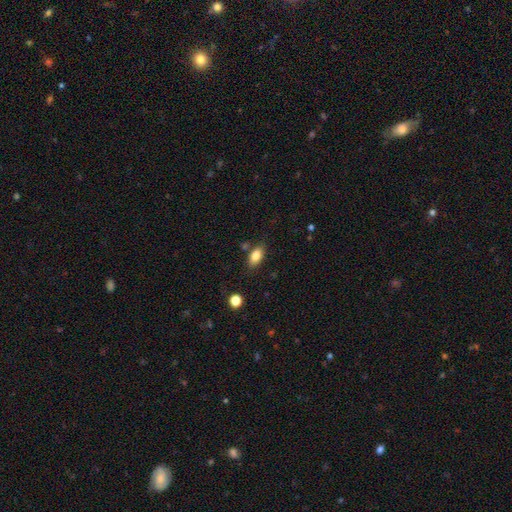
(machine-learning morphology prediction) smooth_or_featured: smooth (p=0.81) [alt: featured or disk p=0.11]
how_rounded: in between (p=0.88) [alt: round p=0.06]
merging: none (p=0.79) [alt: minor disturbance p=0.13]